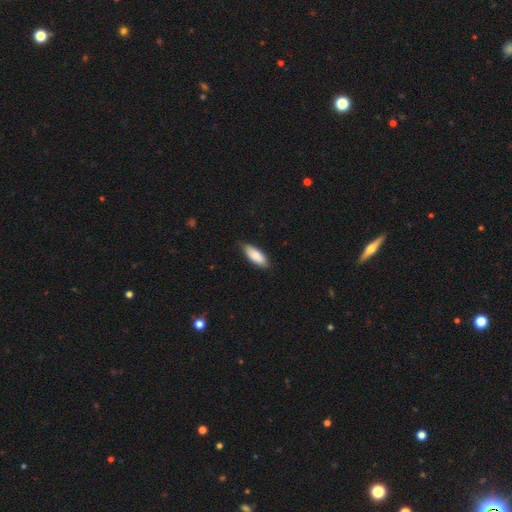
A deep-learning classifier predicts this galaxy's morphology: A smooth galaxy with no disk features (86%) that is in between round and cigar-shaped (76%).

Vote fractions:
- Smooth or featured? smooth: 86% / featured or disk: 8% / star or artifact: 5%
- How rounded? in between: 76% / cigar-shaped: 22% / round: 2%
- Merging? none: 79% / minor disturbance: 18% / major disturbance: 2% / merger: 1%